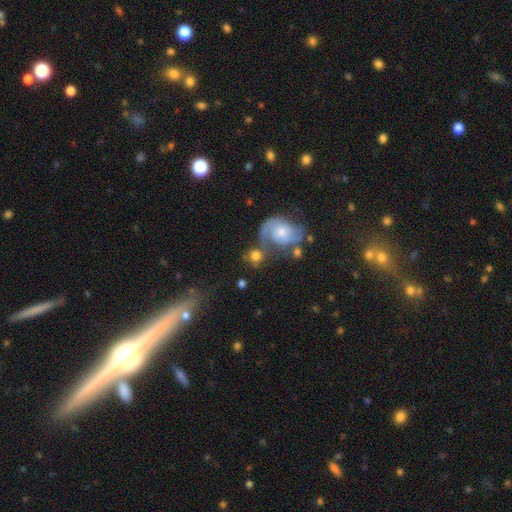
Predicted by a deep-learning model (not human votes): Smooth or featured?
  - smooth: 51% *
  - featured or disk: 39%
  - star or artifact: 11%
How rounded?
  - round: 78% *
  - in between: 21%
  - cigar-shaped: 2%
Merging?
  - none: 42% *
  - merger: 33%
  - minor disturbance: 14%
  - major disturbance: 11%